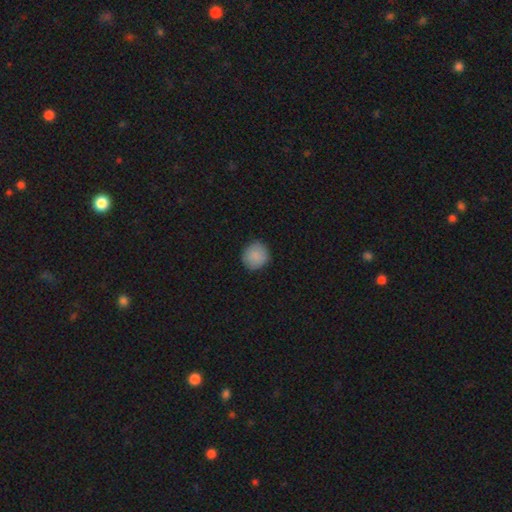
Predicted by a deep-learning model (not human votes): Smooth or featured? Predicted: smooth (p=0.88). How rounded? Predicted: round (p=0.89). Merging? Predicted: none (p=0.88).